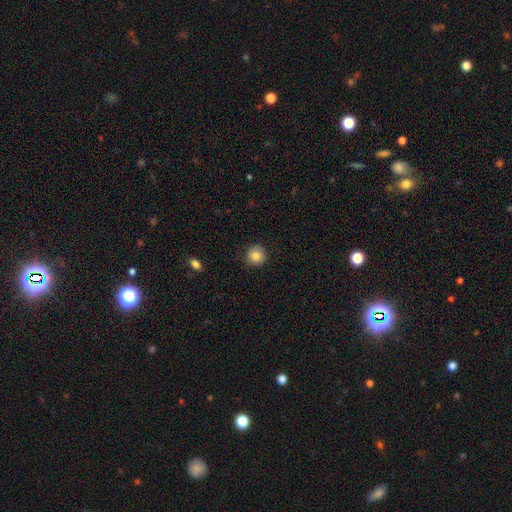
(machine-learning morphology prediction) This appears to be a smooth galaxy with no disk features (85%) that is round (93%). Merging: none (87%).